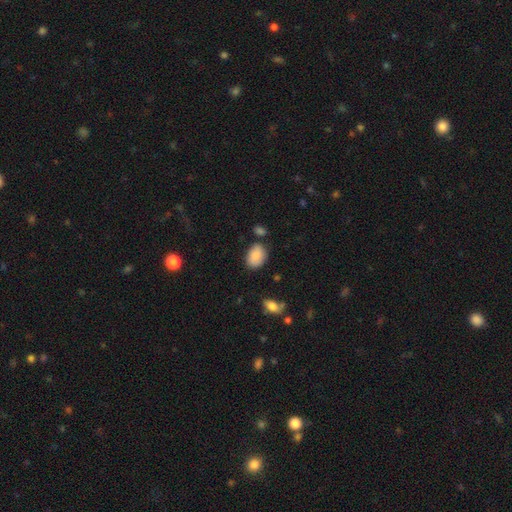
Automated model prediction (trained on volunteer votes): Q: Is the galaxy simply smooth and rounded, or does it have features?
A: smooth — 86%.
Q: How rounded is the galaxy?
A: in between — 83%.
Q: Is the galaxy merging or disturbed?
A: none — 71%.